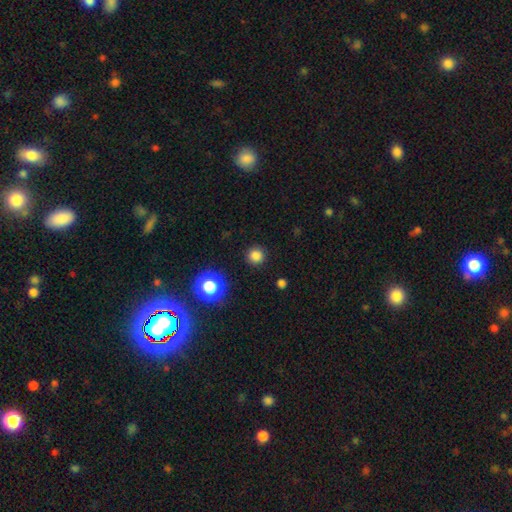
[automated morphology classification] A smooth galaxy with no disk features (82%) that is round (94%). Merging: none (91%).